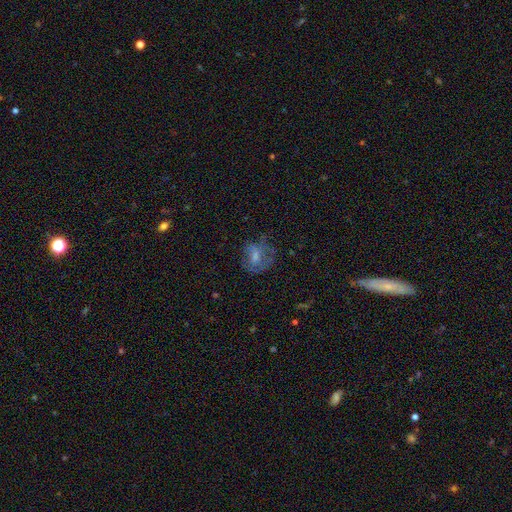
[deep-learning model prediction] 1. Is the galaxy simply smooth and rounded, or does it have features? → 50% smooth, 38% featured or disk, 12% star or artifact.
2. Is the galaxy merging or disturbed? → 49% none, 26% major disturbance, 24% minor disturbance, 2% merger.